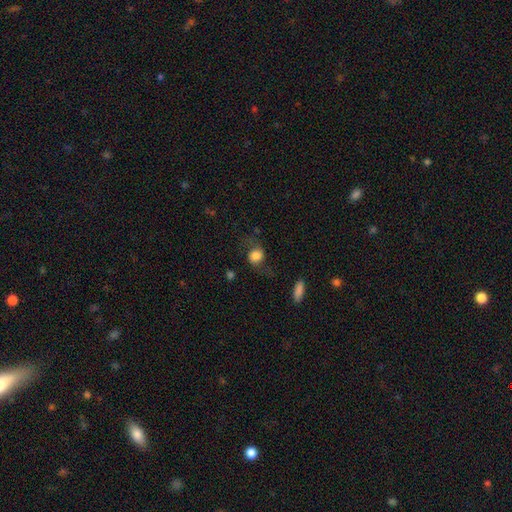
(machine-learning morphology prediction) Smooth or featured? Predicted: smooth (p=0.69). How rounded? Predicted: round (p=0.65). Merging? Predicted: none (p=0.59).